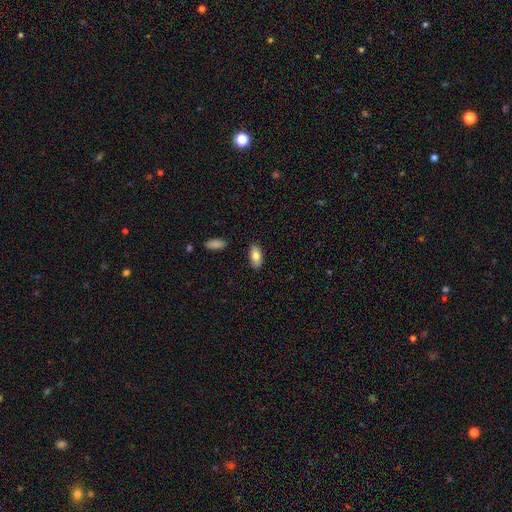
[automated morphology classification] This is clearly a smooth galaxy (81%). How rounded: clearly in between (90%). Merging: clearly none (86%).